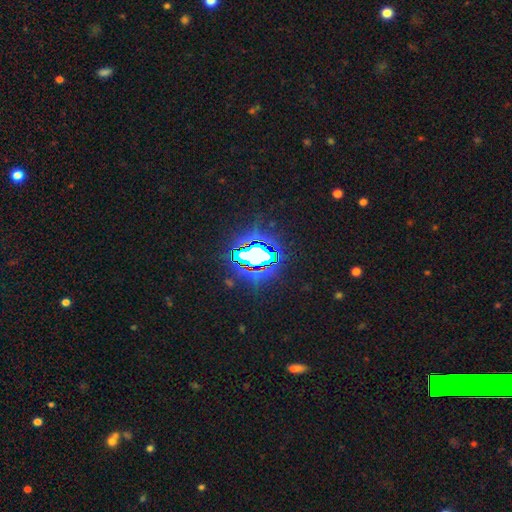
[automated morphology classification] smooth_or_featured: star or artifact (p=0.73) [alt: smooth p=0.15]